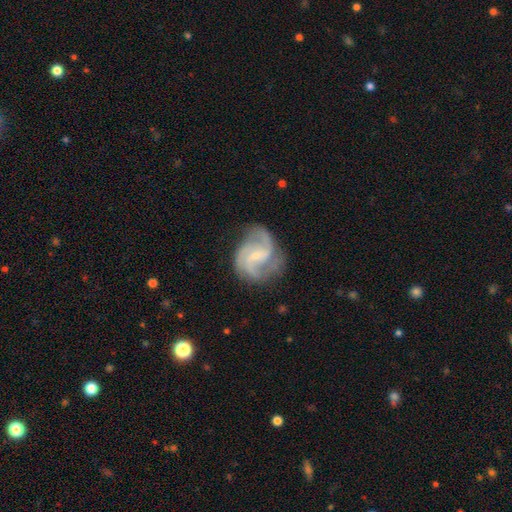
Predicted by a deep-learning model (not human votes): Smooth or featured? featured or disk (87%)
Edge-on disk? no (98%)
Bar? weak (48%)
Spiral arms? yes (97%)
Spiral winding? medium (55%)
Spiral arm count? 3 (42%)
Bulge size? small (72%)
Merging? none (69%)